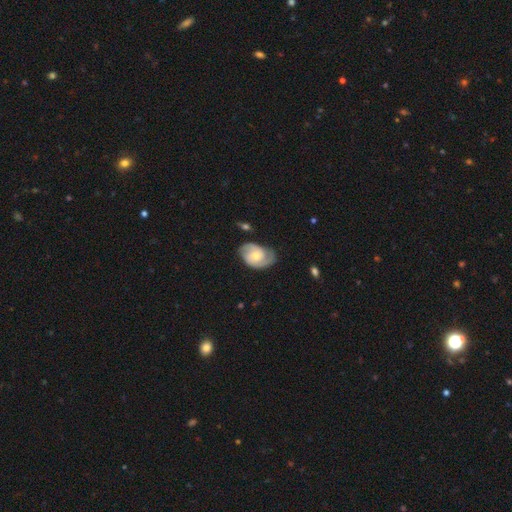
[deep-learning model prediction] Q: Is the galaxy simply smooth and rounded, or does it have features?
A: featured or disk — 70%.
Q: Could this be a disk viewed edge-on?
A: no — 96%.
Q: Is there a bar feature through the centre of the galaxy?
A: no — 64%.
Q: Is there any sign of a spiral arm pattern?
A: yes — 92%.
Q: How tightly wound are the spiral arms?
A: medium — 44%.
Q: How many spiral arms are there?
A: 2 — 76%.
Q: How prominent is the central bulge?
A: moderate — 49%.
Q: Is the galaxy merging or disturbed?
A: none — 67%.